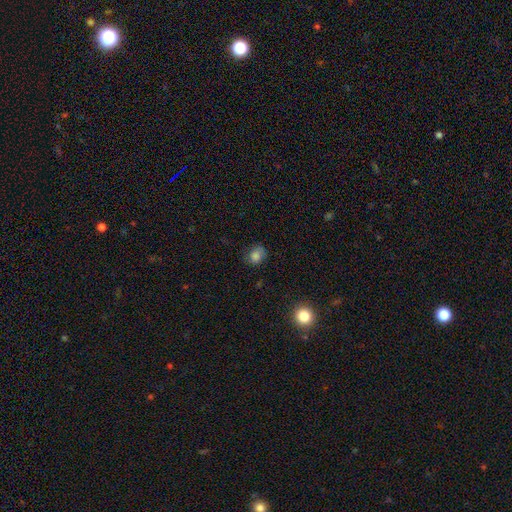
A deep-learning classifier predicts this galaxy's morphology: type=smooth (78%); roundness=round (57%); merging=none (67%).